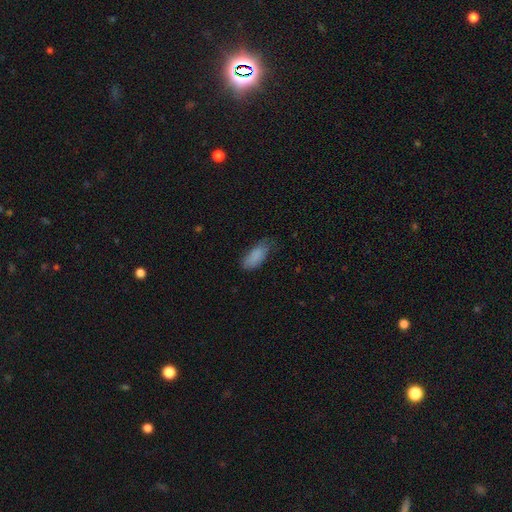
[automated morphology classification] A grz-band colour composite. It shows a smooth galaxy with no disk features (86%) that is in between round and cigar-shaped (88%). Merging: none (55%).